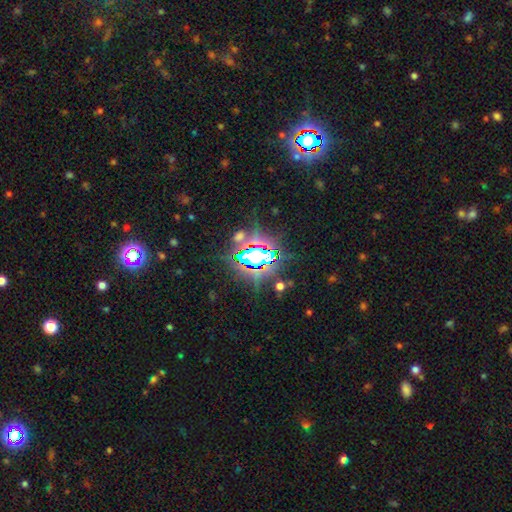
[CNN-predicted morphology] Smooth or featured: star or artifact — 73% (smooth — 15%)